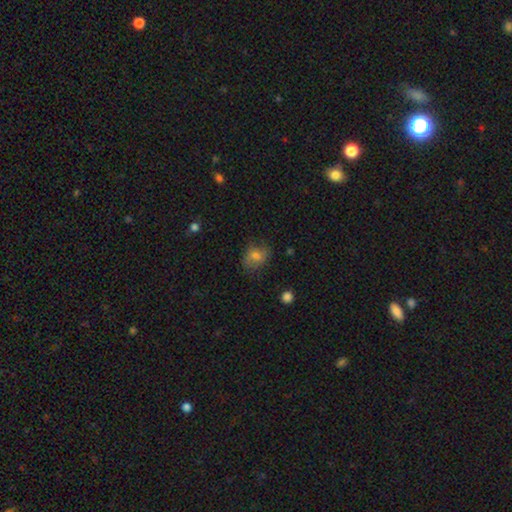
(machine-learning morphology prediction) Smooth or featured?
  - smooth: 72% *
  - featured or disk: 17%
  - star or artifact: 11%
How rounded?
  - in between: 53% *
  - round: 46%
  - cigar-shaped: 1%
Merging?
  - none: 68% *
  - minor disturbance: 22%
  - major disturbance: 8%
  - merger: 2%